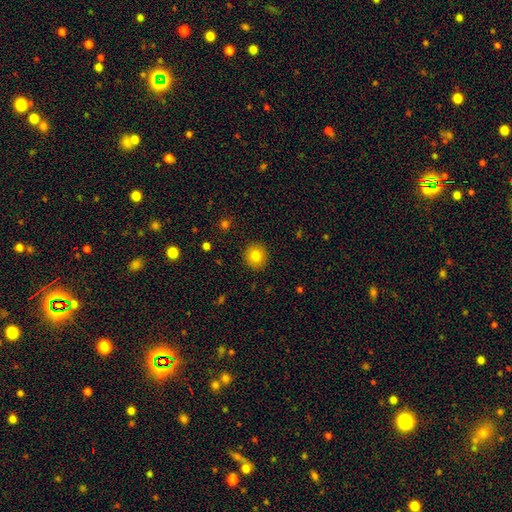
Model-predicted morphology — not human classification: The model was most divided on "smooth or featured": smooth: 81%, star or artifact: 10%, featured or disk: 9%. More confident: how rounded — round (91%); merging — none (91%).